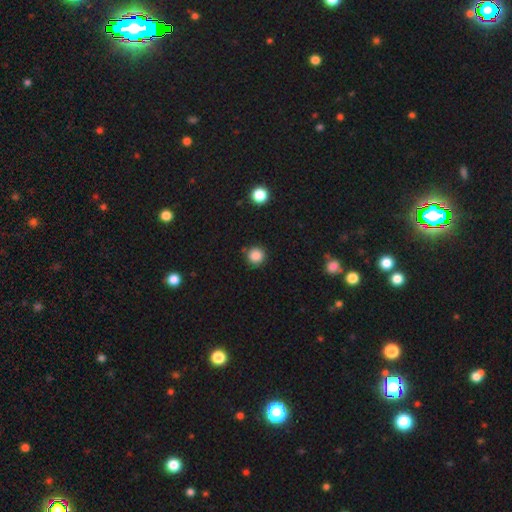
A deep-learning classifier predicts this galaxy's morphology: smooth-or-featured: smooth: 85% | star or artifact: 11% | featured or disk: 3%
  how-rounded: round: 95% | in between: 4% | cigar-shaped: 1%
  merging: none: 85% | minor disturbance: 9% | merger: 3% | major disturbance: 3%